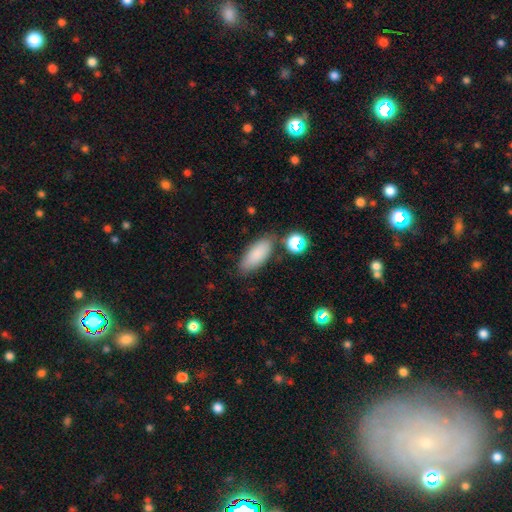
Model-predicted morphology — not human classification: Smooth or featured? Predicted: smooth (p=0.85). How rounded? Predicted: in between (p=0.82). Merging? Predicted: none (p=0.75).